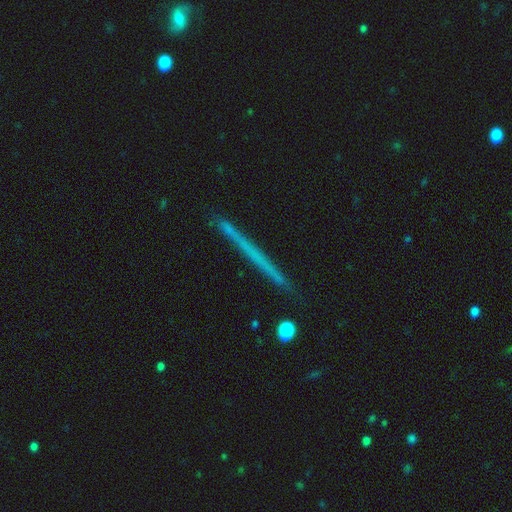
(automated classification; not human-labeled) The model was most divided on "smooth or featured": featured or disk: 49%, smooth: 39%, star or artifact: 12%. More confident: merging — none (90%).